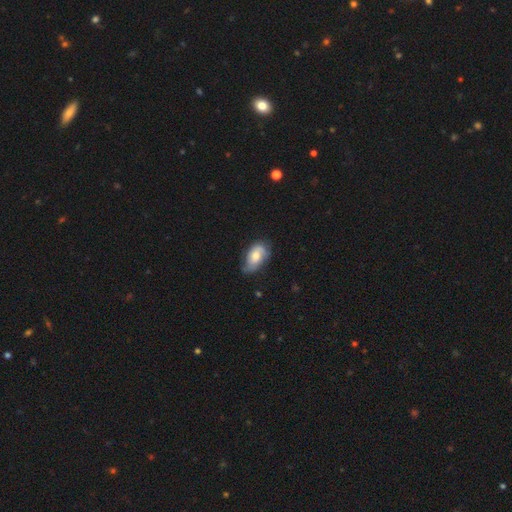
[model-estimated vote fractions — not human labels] smooth-or-featured: smooth: 52% | featured or disk: 41% | star or artifact: 7%
  how-rounded: in between: 91% | round: 7% | cigar-shaped: 3%
  merging: none: 59% | minor disturbance: 31% | major disturbance: 8% | merger: 2%